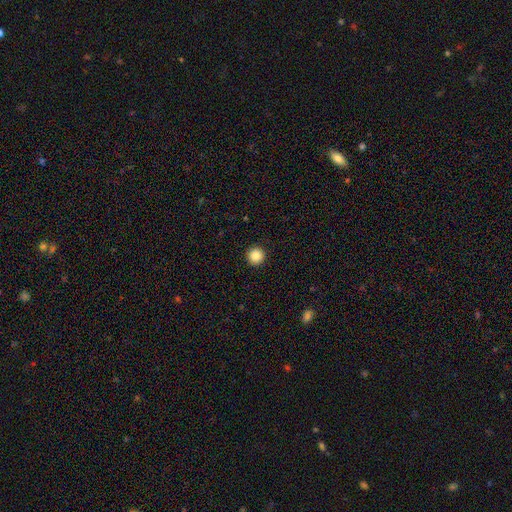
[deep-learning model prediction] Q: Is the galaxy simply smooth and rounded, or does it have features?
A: smooth — 87%.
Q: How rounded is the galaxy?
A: round — 96%.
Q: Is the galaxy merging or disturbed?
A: none — 93%.